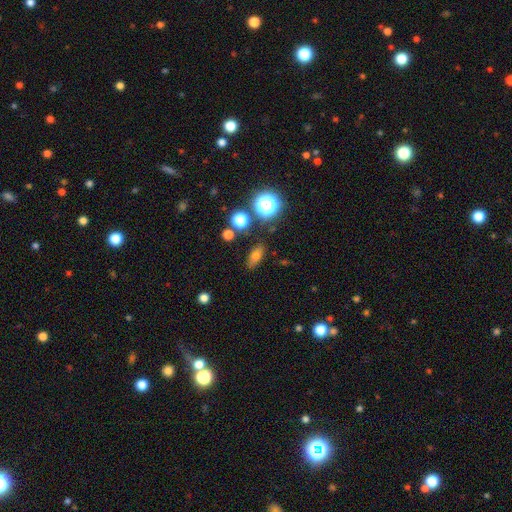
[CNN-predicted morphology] This appears to be a smooth galaxy with no disk features (68%) that is in between round and cigar-shaped (71%). Merging: none (83%).